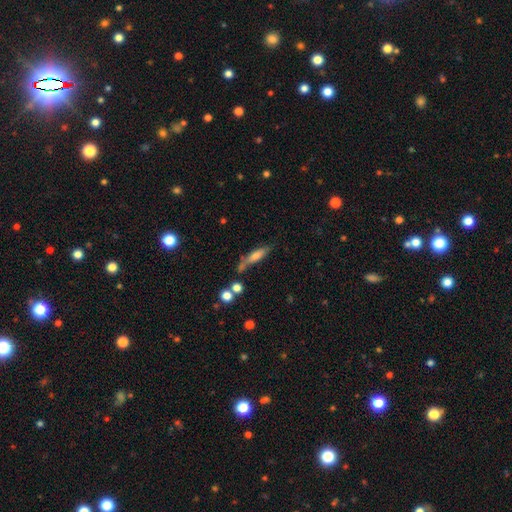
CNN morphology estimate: Smooth or featured? Predicted: smooth (p=0.61). How rounded? Predicted: cigar-shaped (p=0.70). Merging? Predicted: none (p=0.50).